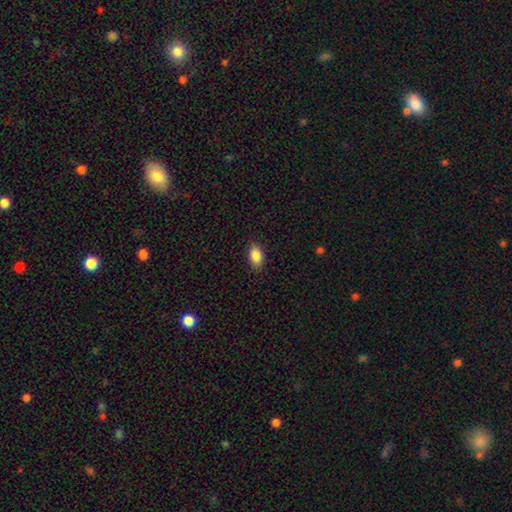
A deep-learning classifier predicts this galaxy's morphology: Smooth or featured? smooth (87%)
How rounded? in between (88%)
Merging? none (87%)